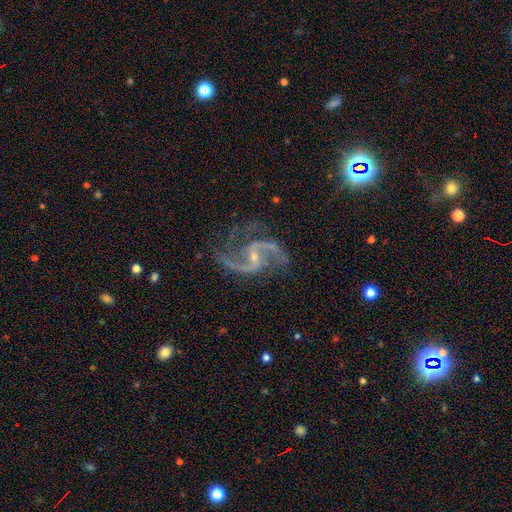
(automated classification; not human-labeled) This is clearly a featured or disk galaxy (91%). It is clearly not viewed edge-on (98%). Bar: marginally weak (41%). Spiral arm pattern: clearly yes (98%). Spiral arm count: clearly 2 (89%). Spiral winding: possibly medium (46%). Central bulge: likely small (75%). Merging: likely none (72%).